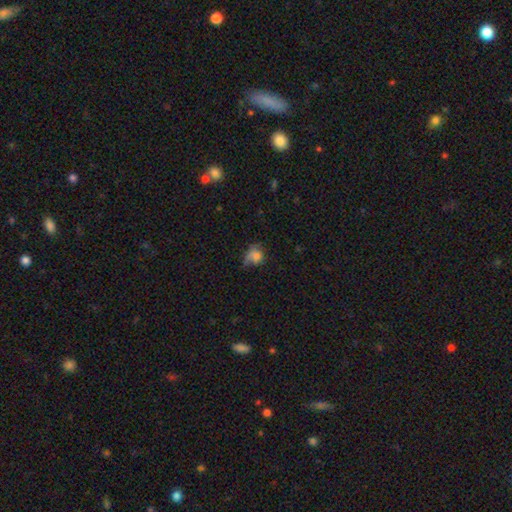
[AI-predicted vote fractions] The model was most divided on "merging": none: 35%, major disturbance: 31%, minor disturbance: 24%, merger: 9%. More confident: smooth or featured — smooth (65%); how rounded — round (53%).